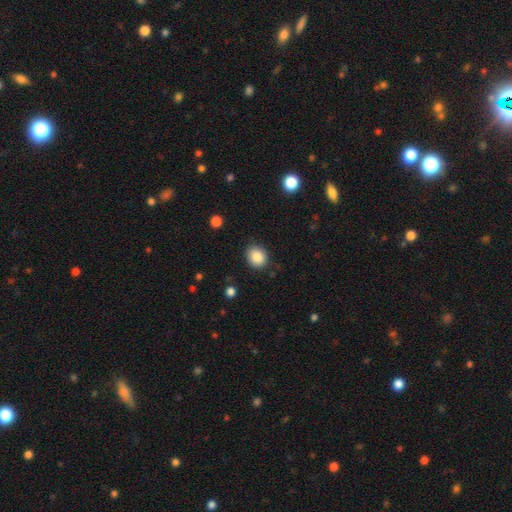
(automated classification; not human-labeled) Smooth or featured? smooth (86%)
How rounded? round (68%)
Merging? none (86%)